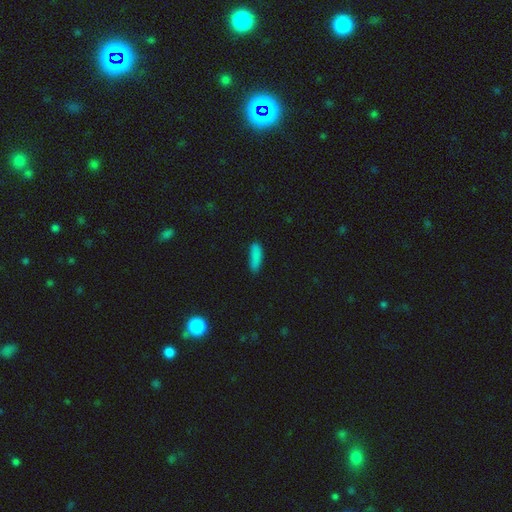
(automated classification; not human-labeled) smooth-or-featured: smooth: 85% | star or artifact: 9% | featured or disk: 5%
  how-rounded: cigar-shaped: 50% | in between: 48% | round: 2%
  merging: none: 76% | minor disturbance: 18% | major disturbance: 4% | merger: 2%